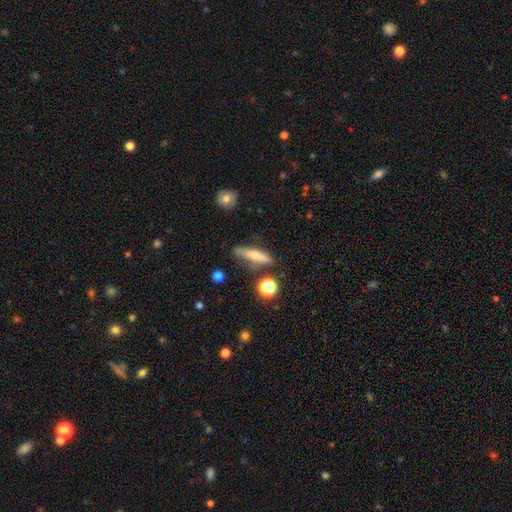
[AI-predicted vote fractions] Overall: smooth (64%; featured or disk 27%). How rounded: cigar-shaped (79%). Merging: none (72%).